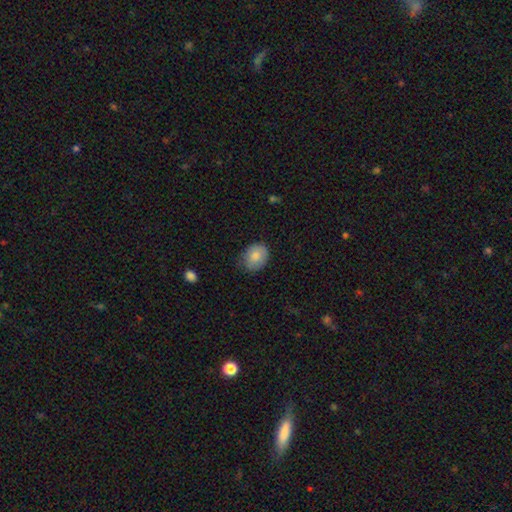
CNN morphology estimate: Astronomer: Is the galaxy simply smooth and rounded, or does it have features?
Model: smooth — 83%.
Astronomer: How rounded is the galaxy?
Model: in between — 52% (runner-up: round, 48%).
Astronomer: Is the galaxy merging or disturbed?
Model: none — 70%.